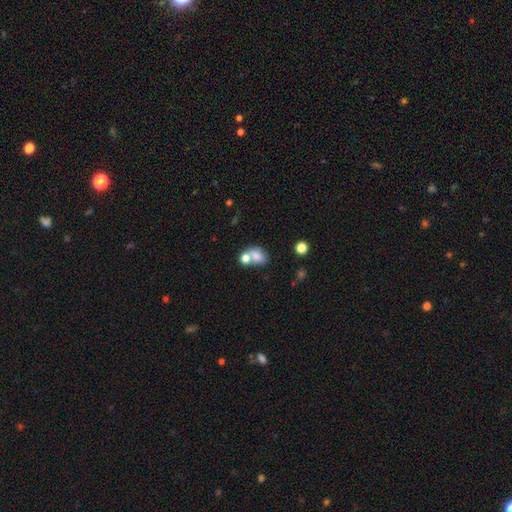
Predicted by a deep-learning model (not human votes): This is likely a smooth galaxy (75%). How rounded: likely in between (71%). Merging: possibly merger (46%).